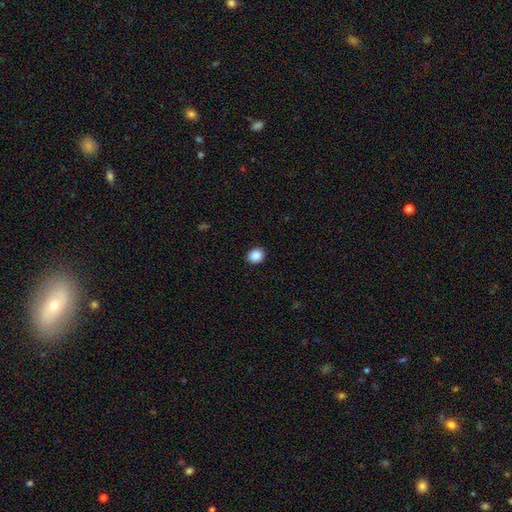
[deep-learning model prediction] Overall: smooth (89%). How rounded: round (62%; in between 37%). Merging: none (90%).